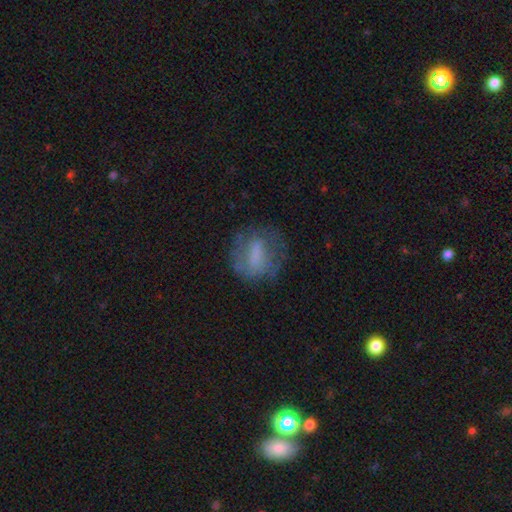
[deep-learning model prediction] Morphology: type=smooth (50%); merging=none (62%).